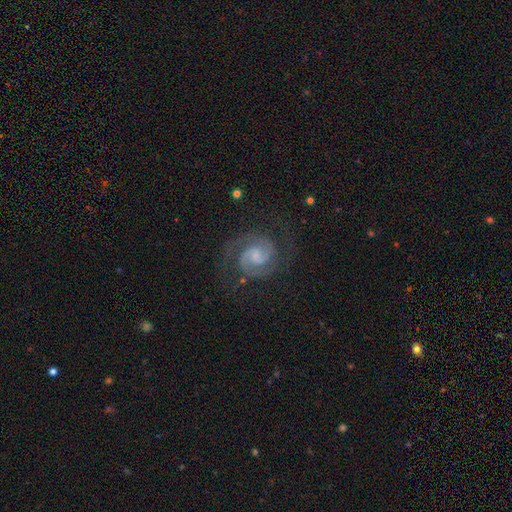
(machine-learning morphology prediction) Overall: featured or disk (91%). Edge-on disk: no (98%). Bar: weak (51%; no 37%). Spiral arms: yes (98%). Spiral arm count: 2 (93%). Spiral winding: medium (49%; tight 44%). Bulge size: small (45%; moderate 26%). Merging: none (80%).